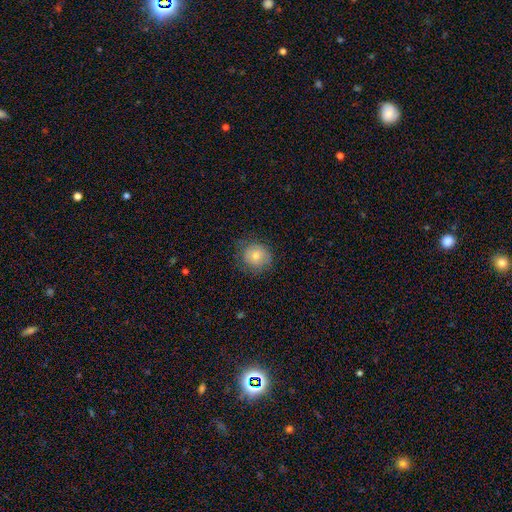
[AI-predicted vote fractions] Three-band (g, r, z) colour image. It shows a smooth galaxy with no disk features (74%) that is round (85%). Merging: none (75%).